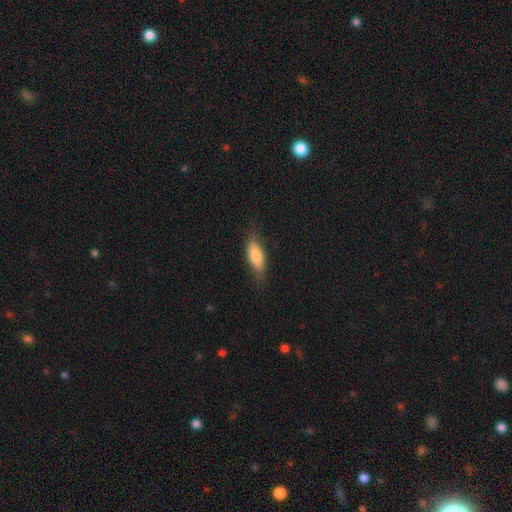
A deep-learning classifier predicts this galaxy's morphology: Q: Smooth or featured?
A: smooth (76%); runner-up: featured or disk (18%)
Q: How rounded?
A: in between (71%); runner-up: cigar-shaped (26%)
Q: Merging?
A: none (76%); runner-up: minor disturbance (19%)